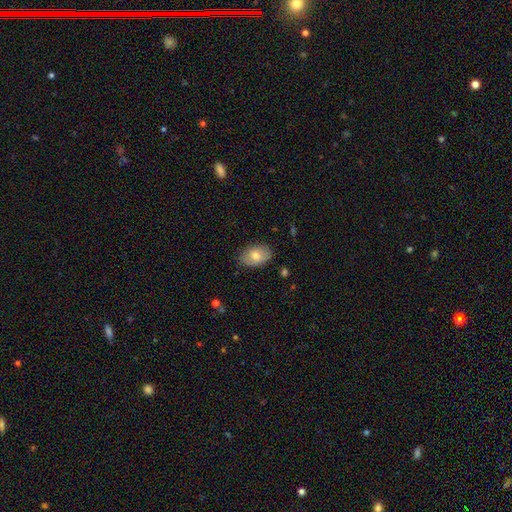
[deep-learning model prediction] This appears to be a smooth galaxy with no disk features (72%) that is in between round and cigar-shaped (89%). Merging: none (81%).